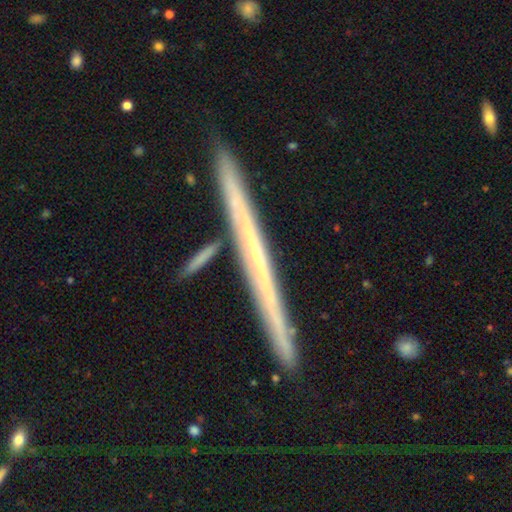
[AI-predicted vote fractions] The model was most divided on "smooth or featured": featured or disk: 68%, smooth: 23%, star or artifact: 9%. More confident: edge-on disk — yes (97%); merging — none (89%); edge-on bulge — none (81%).